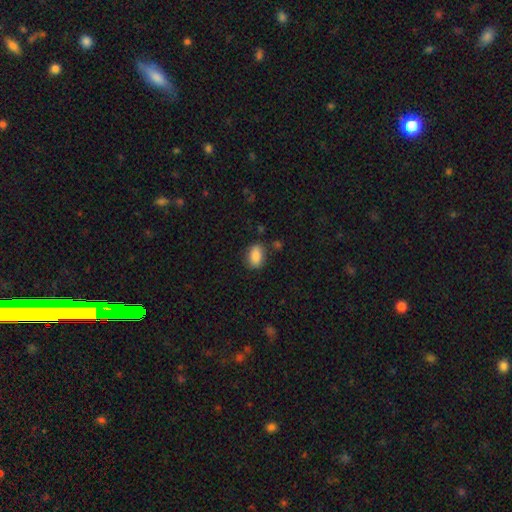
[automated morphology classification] Smooth or featured: smooth — 87% (star or artifact — 8%)
How rounded: in between — 85% (round — 13%)
Merging: none — 76% (minor disturbance — 17%)